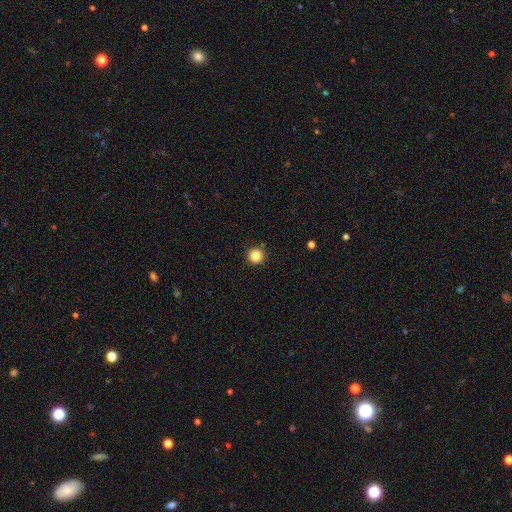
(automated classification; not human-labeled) A smooth galaxy with no disk features (85%) that is round (96%).

Vote fractions:
- Smooth or featured? smooth: 85% / star or artifact: 11% / featured or disk: 4%
- How rounded? round: 96% / in between: 3% / cigar-shaped: 1%
- Merging? none: 92% / minor disturbance: 5% / major disturbance: 2% / merger: 1%